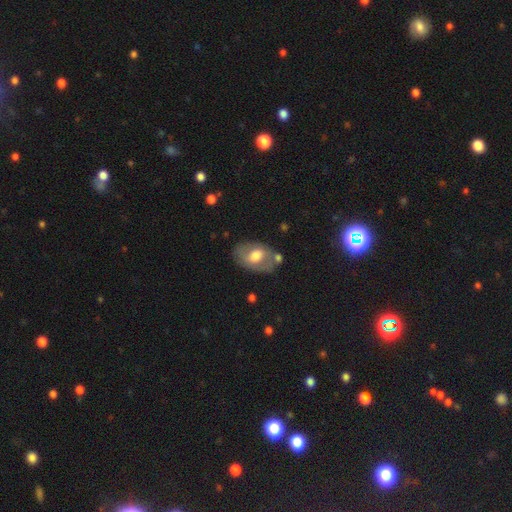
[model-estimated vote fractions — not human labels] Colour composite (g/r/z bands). It shows a smooth galaxy with no disk features (54%) that is in between round and cigar-shaped (85%). Merging: none (68%).